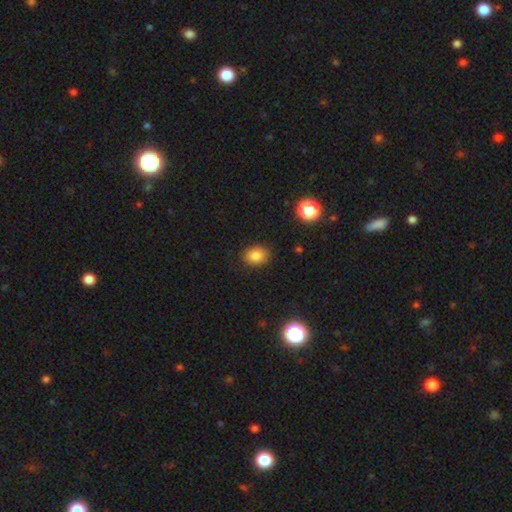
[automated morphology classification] This appears to be a smooth galaxy with no disk features (83%) that is in between round and cigar-shaped (54%). Merging: none (86%).